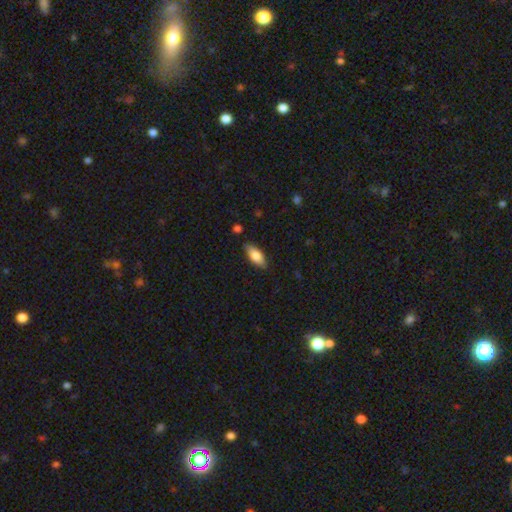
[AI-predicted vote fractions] Morphology: type=smooth (78%); roundness=in between (82%); merging=none (83%).